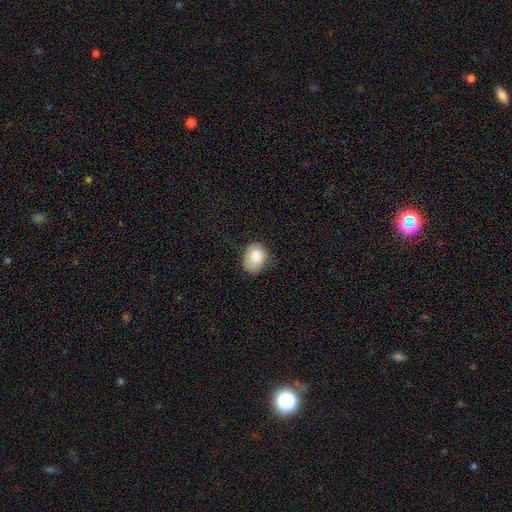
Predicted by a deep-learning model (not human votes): Smooth or featured? Predicted: smooth (p=0.82). How rounded? Predicted: in between (p=0.66). Merging? Predicted: none (p=0.59).